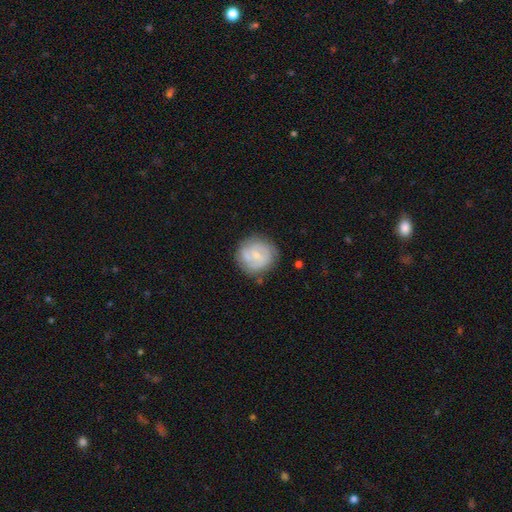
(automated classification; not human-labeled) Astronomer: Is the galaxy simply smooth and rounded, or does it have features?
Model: featured or disk — 66%.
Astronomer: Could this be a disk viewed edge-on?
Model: no — 98%.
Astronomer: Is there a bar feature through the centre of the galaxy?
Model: weak — 47% (runner-up: no, 45%).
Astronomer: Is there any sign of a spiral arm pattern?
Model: yes — 88%.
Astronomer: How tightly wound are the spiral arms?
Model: tight — 57% (runner-up: medium, 34%).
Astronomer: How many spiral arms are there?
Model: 2 — 43% (runner-up: can't tell, 28%).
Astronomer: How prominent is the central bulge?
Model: small — 67%.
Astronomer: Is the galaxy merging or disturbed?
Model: none — 78%.